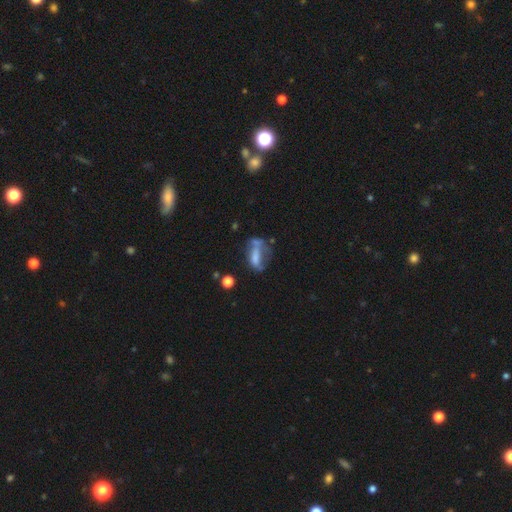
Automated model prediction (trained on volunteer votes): The model was most divided on "smooth or featured": smooth: 47%, featured or disk: 39%, star or artifact: 13%. Remaining: merging — major disturbance (36%).